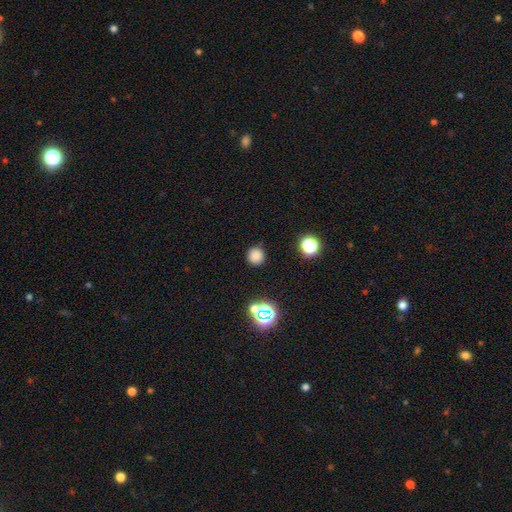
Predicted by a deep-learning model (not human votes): Q: Smooth or featured?
A: smooth (80%); runner-up: star or artifact (16%)
Q: How rounded?
A: round (93%); runner-up: in between (6%)
Q: Merging?
A: none (88%); runner-up: minor disturbance (7%)